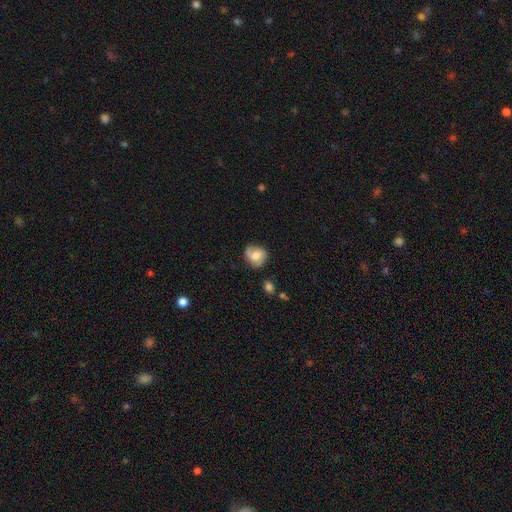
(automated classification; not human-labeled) Q: Smooth or featured?
A: smooth (57%); runner-up: featured or disk (35%)
Q: How rounded?
A: round (70%); runner-up: in between (29%)
Q: Merging?
A: none (67%); runner-up: minor disturbance (23%)